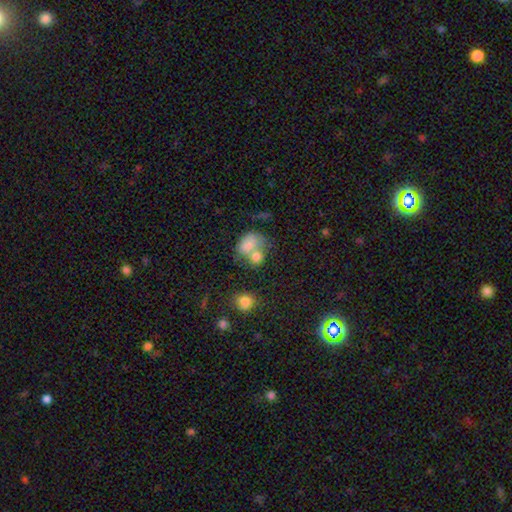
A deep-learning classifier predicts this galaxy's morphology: A smooth galaxy with no disk features (73%) that is in between round and cigar-shaped (55%).

Vote fractions:
- Smooth or featured? smooth: 73% / featured or disk: 15% / star or artifact: 12%
- How rounded? in between: 55% / round: 43% / cigar-shaped: 1%
- Merging? merger: 55% / none: 28% / minor disturbance: 11% / major disturbance: 6%